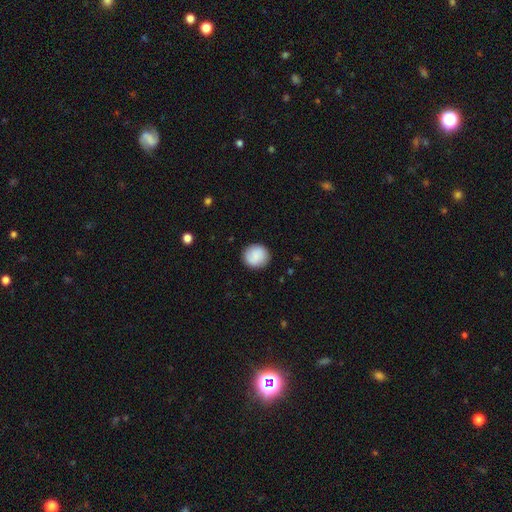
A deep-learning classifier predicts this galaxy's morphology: A smooth galaxy with no disk features (87%) that is round (89%).

Vote fractions:
- Smooth or featured? smooth: 87% / featured or disk: 7% / star or artifact: 7%
- How rounded? round: 89% / in between: 10% / cigar-shaped: 1%
- Merging? none: 89% / minor disturbance: 8% / major disturbance: 2% / merger: 1%